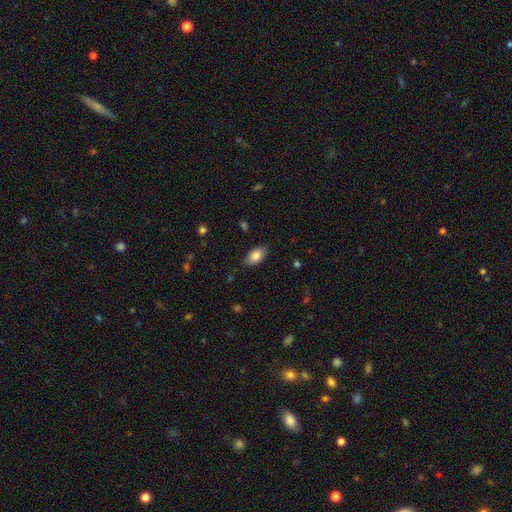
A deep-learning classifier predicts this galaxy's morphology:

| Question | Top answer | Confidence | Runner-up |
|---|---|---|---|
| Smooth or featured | smooth | 85% | featured or disk (7%) |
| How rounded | in between | 92% | round (6%) |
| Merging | none | 81% | minor disturbance (15%) |